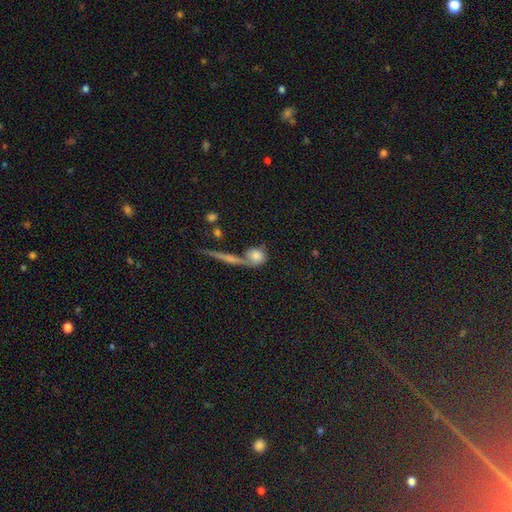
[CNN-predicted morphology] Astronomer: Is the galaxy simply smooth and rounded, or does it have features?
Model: smooth — 68%.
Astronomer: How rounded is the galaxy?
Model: round — 71%.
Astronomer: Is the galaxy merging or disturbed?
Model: none — 45% (runner-up: merger, 32%).